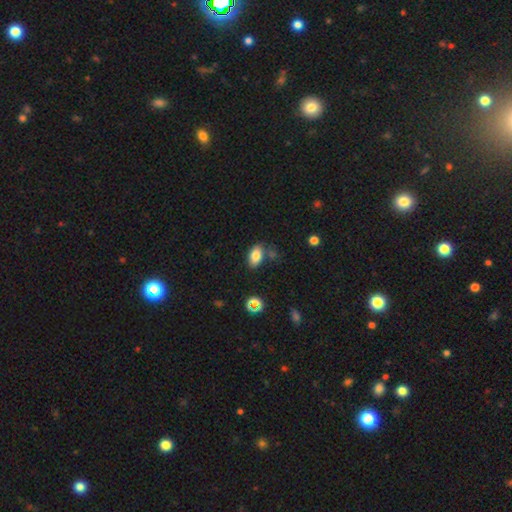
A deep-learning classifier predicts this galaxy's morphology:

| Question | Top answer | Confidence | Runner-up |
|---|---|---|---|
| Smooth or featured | smooth | 82% | star or artifact (9%) |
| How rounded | in between | 91% | round (7%) |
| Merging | none | 74% | minor disturbance (14%) |